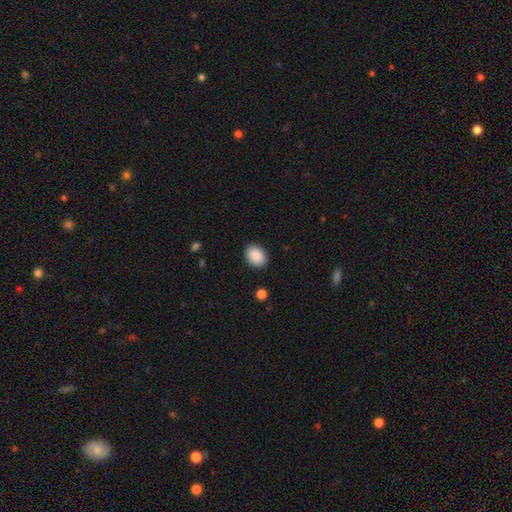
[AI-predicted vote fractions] This appears to be a smooth galaxy with no disk features (90%) that is in between round and cigar-shaped (68%). Merging: none (89%).